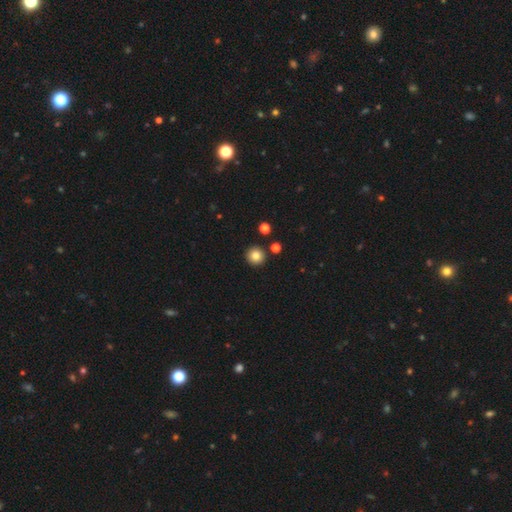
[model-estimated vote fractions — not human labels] Smooth or featured?
  - smooth: 83% *
  - star or artifact: 11%
  - featured or disk: 6%
How rounded?
  - round: 95% *
  - in between: 4%
  - cigar-shaped: 1%
Merging?
  - none: 90% *
  - minor disturbance: 5%
  - merger: 3%
  - major disturbance: 2%